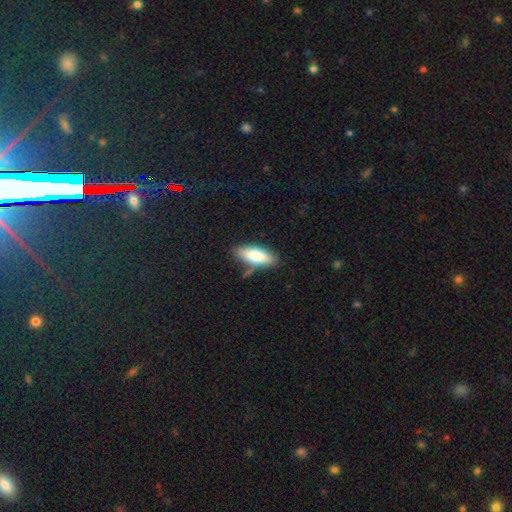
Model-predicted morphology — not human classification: Smooth or featured? Predicted: smooth (p=0.79). How rounded? Predicted: in between (p=0.68). Merging? Predicted: none (p=0.69).